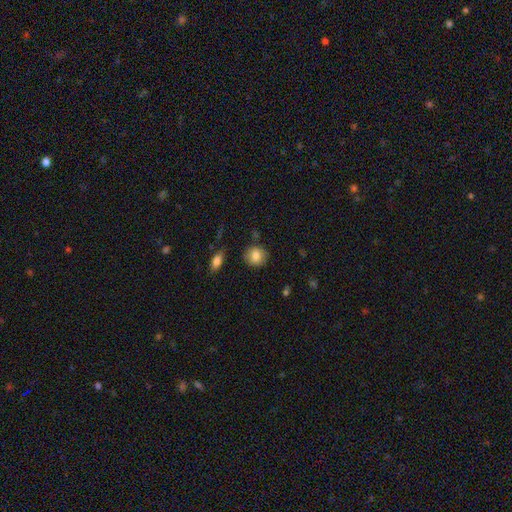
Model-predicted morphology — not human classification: Q: Smooth or featured?
A: smooth (83%); runner-up: star or artifact (8%)
Q: How rounded?
A: round (78%); runner-up: in between (20%)
Q: Merging?
A: none (83%); runner-up: minor disturbance (12%)